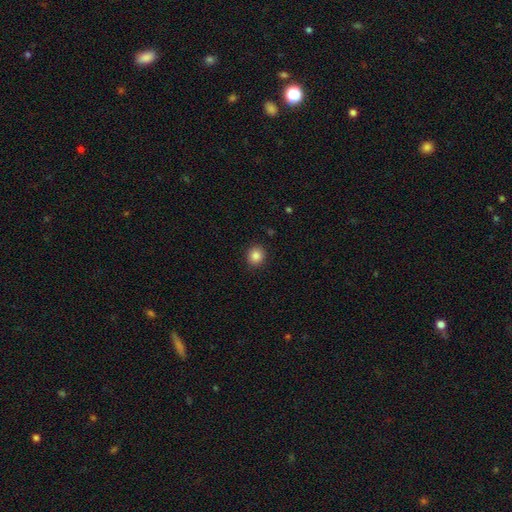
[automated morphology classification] A smooth galaxy with no disk features (85%) that is round (84%). Merging: none (90%).